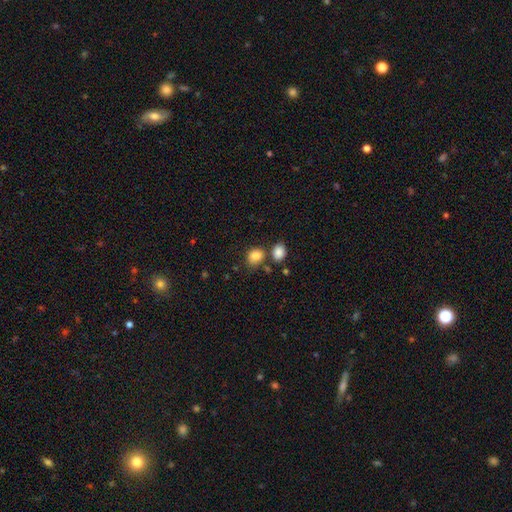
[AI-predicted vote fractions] Morphology: type=smooth (85%); roundness=round (50%); merging=none (60%).